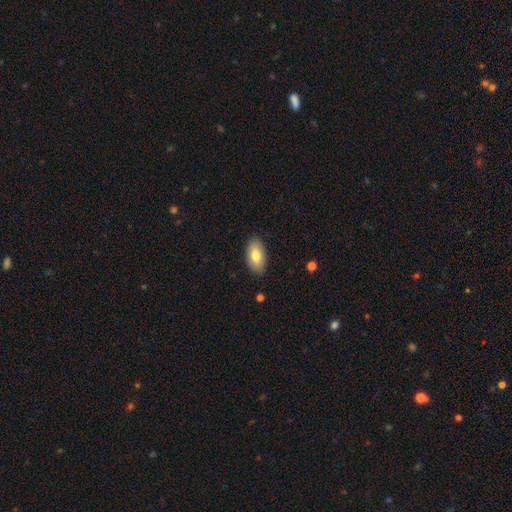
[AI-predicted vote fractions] Smooth or featured? Predicted: smooth (p=0.75). How rounded? Predicted: in between (p=0.93). Merging? Predicted: none (p=0.87).